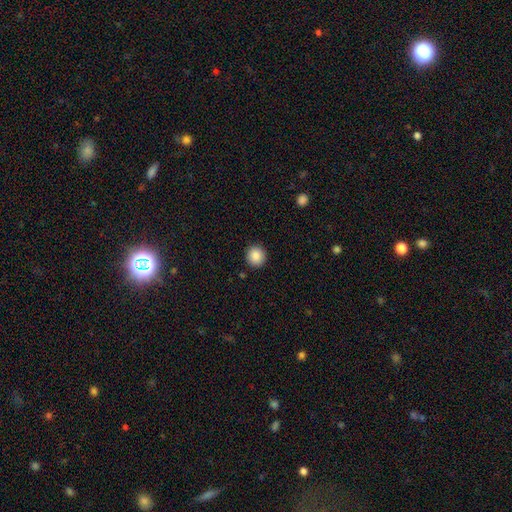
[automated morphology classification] Smooth or featured? Predicted: smooth (p=0.87). How rounded? Predicted: round (p=0.93). Merging? Predicted: none (p=0.92).